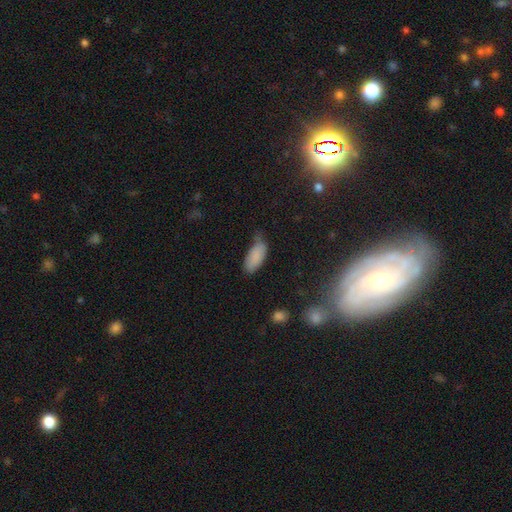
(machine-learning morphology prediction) Q: Smooth or featured?
A: smooth (86%); runner-up: star or artifact (7%)
Q: How rounded?
A: in between (89%); runner-up: cigar-shaped (10%)
Q: Merging?
A: none (53%); runner-up: minor disturbance (36%)